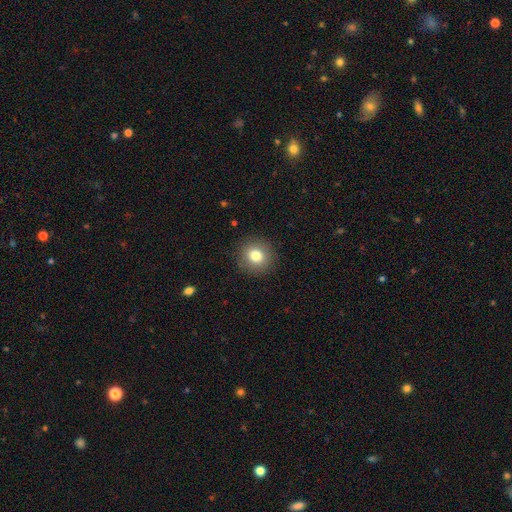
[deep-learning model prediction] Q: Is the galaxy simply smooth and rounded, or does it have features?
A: smooth — 80%.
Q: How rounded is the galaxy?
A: round — 87%.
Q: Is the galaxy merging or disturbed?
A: none — 89%.